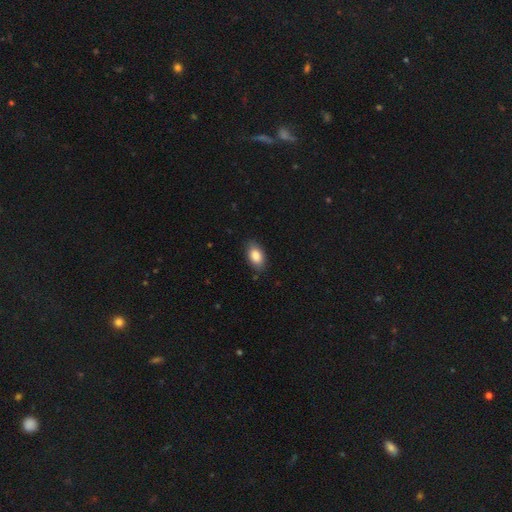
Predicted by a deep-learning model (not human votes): Morphology: type=smooth (86%); roundness=in between (92%); merging=none (83%).